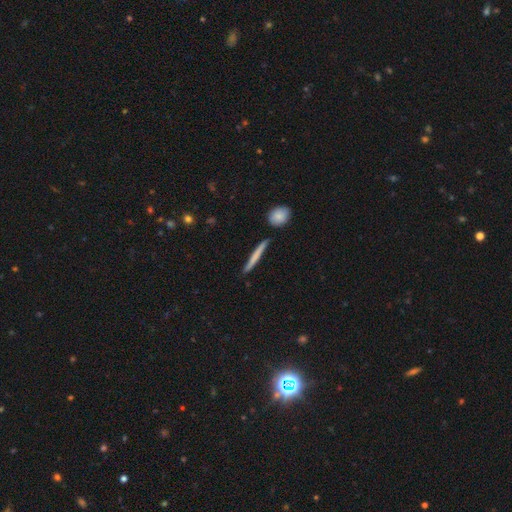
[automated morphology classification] A smooth galaxy with no disk features (61%) that is cigar-shaped (95%).

Vote fractions:
- Smooth or featured? smooth: 61% / featured or disk: 33% / star or artifact: 6%
- How rounded? cigar-shaped: 95% / in between: 3% / round: 2%
- Merging? none: 87% / minor disturbance: 9% / merger: 3% / major disturbance: 2%